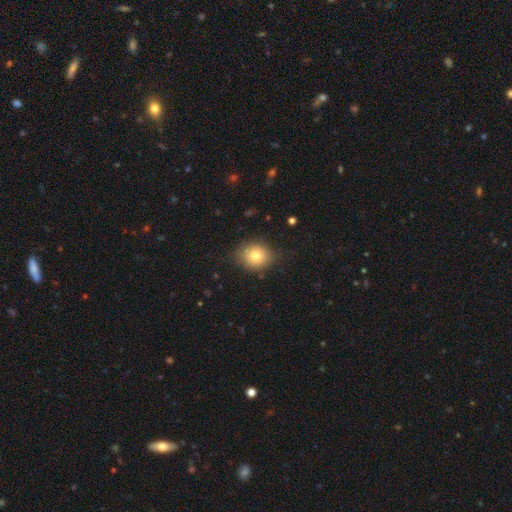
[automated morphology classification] This is likely a smooth galaxy (78%). How rounded: likely round (74%). Merging: likely none (79%).